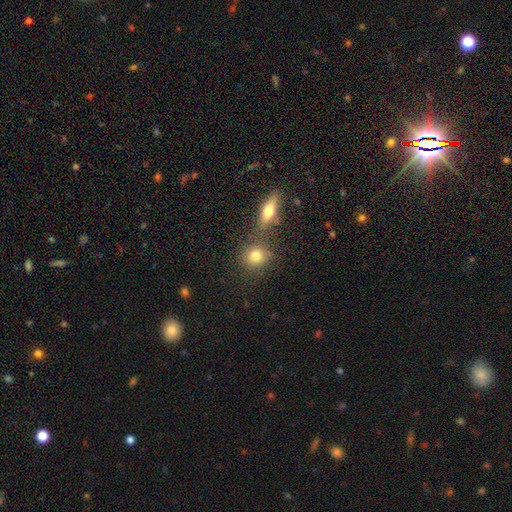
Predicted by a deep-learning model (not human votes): A smooth galaxy with no disk features (77%) that is round (82%). Merging: none (68%).